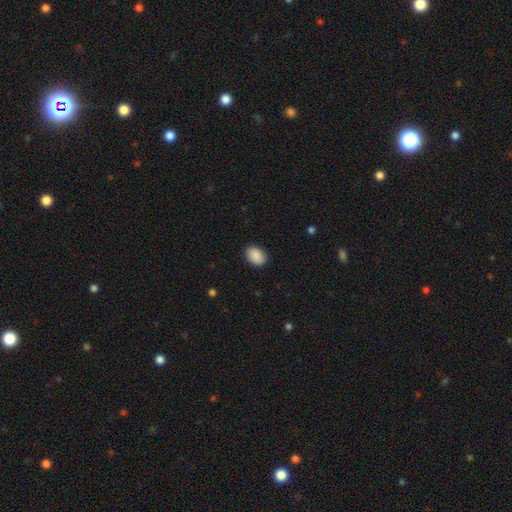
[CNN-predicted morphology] A smooth galaxy with no disk features (90%) that is in between round and cigar-shaped (84%). Merging: none (88%).